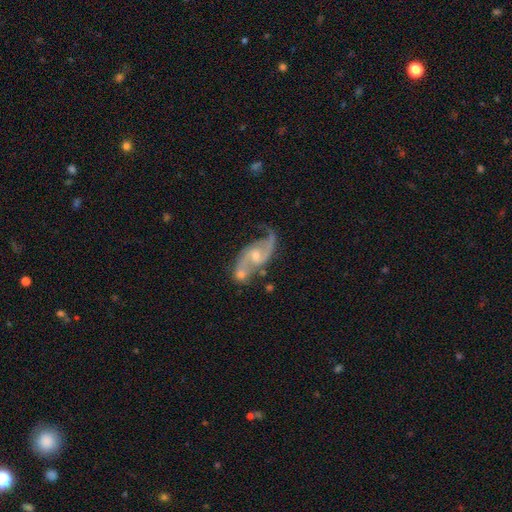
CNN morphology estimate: This appears to be a featured or disk galaxy (88%) with no bar (48%), 2 (91%) loose (50%) spiral arms (96%) and a small central bulge (49%). Merging: none (49%).